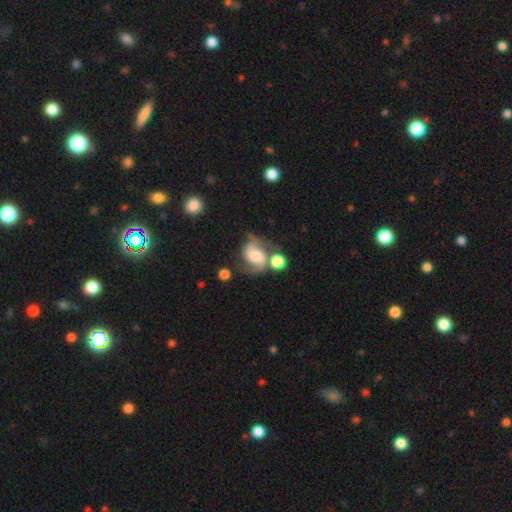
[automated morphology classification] Overall: featured or disk (82%). Edge-on disk: no (98%). Bar: no (54%; weak 36%). Spiral arms: yes (96%). Spiral arm count: 2 (90%). Spiral winding: medium (52%; loose 30%). Bulge size: moderate (47%; small 23%). Merging: none (52%; merger 20%).